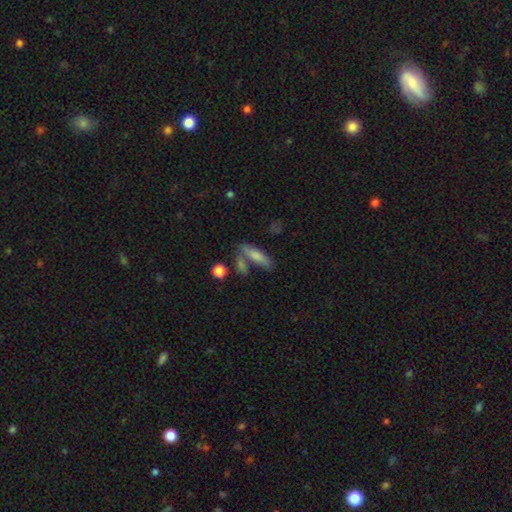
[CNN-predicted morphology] Smooth or featured?
  - smooth: 77% *
  - featured or disk: 15%
  - star or artifact: 8%
How rounded?
  - in between: 55% *
  - cigar-shaped: 42%
  - round: 4%
Merging?
  - none: 54% *
  - merger: 23%
  - minor disturbance: 16%
  - major disturbance: 7%